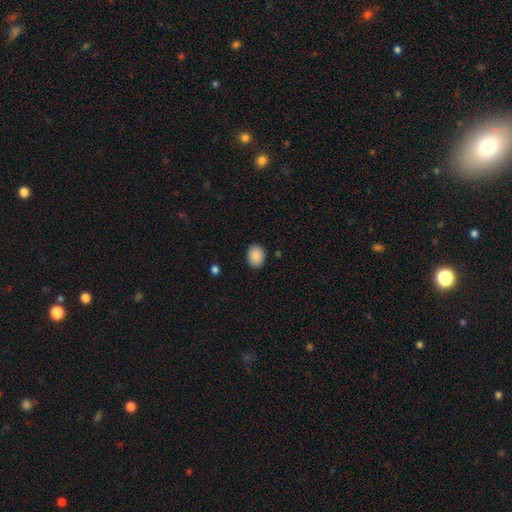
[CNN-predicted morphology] A smooth galaxy with no disk features (88%) that is in between round and cigar-shaped (60%). Merging: none (89%).